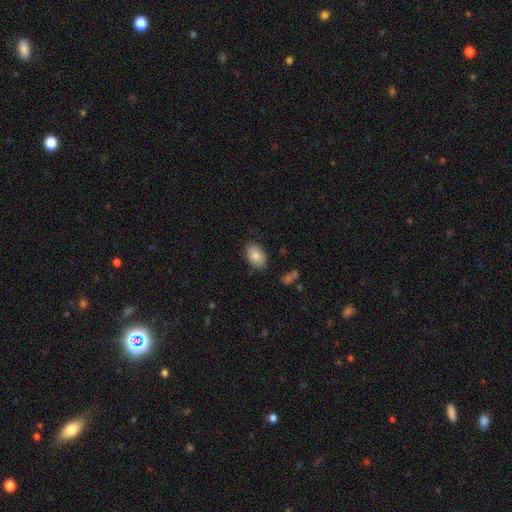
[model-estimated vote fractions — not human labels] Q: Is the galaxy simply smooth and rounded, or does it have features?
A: smooth — 83%.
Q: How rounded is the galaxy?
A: in between — 89%.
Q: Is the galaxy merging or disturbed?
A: none — 83%.